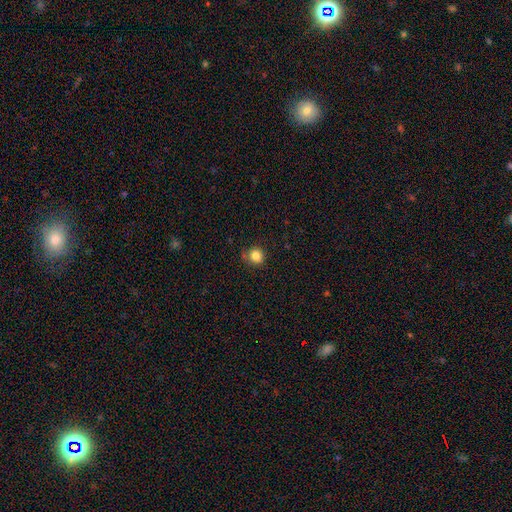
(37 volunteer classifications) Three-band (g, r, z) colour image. It shows a smooth galaxy with no disk features (95%) that is round (89%). Merging: none (89%).